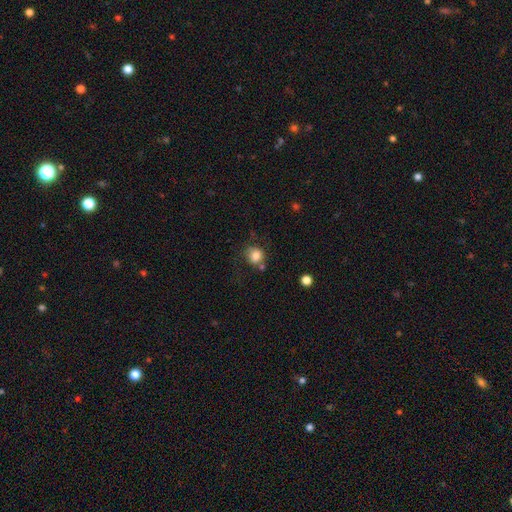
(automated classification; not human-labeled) A smooth galaxy with no disk features (80%) that is round (81%).

Vote fractions:
- Smooth or featured? smooth: 80% / star or artifact: 10% / featured or disk: 10%
- How rounded? round: 81% / in between: 18% / cigar-shaped: 1%
- Merging? none: 61% / minor disturbance: 20% / merger: 11% / major disturbance: 8%